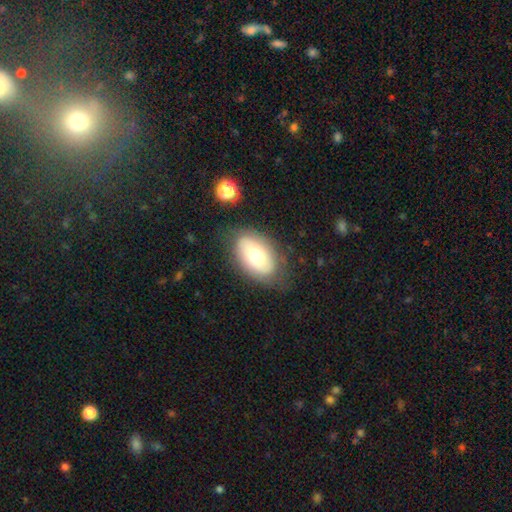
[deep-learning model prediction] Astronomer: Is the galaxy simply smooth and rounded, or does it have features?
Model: smooth — 63%.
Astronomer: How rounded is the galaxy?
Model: in between — 90%.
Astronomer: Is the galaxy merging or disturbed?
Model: none — 71%.